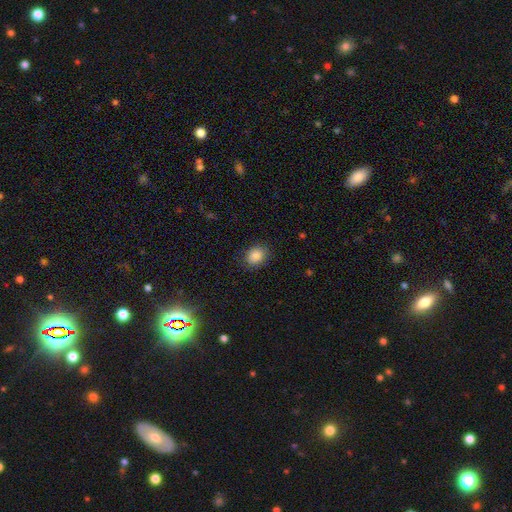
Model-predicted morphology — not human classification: type=smooth (87%); roundness=in between (53%); merging=none (85%).